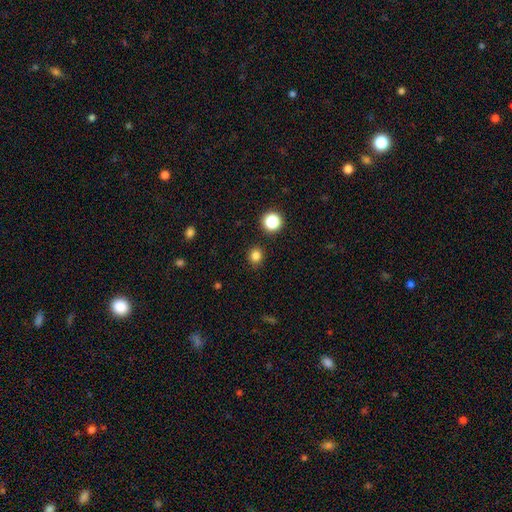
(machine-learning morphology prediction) Smooth or featured? Predicted: smooth (p=0.82). How rounded? Predicted: round (p=0.85). Merging? Predicted: none (p=0.89).